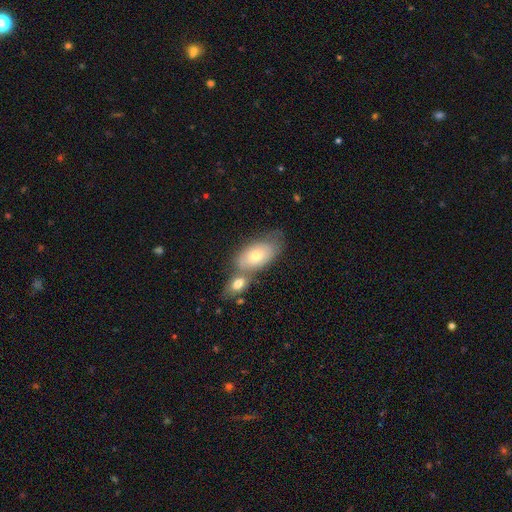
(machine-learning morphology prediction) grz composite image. It shows a smooth galaxy with no disk features (66%) that is in between round and cigar-shaped (89%). Merging: merger (48%).